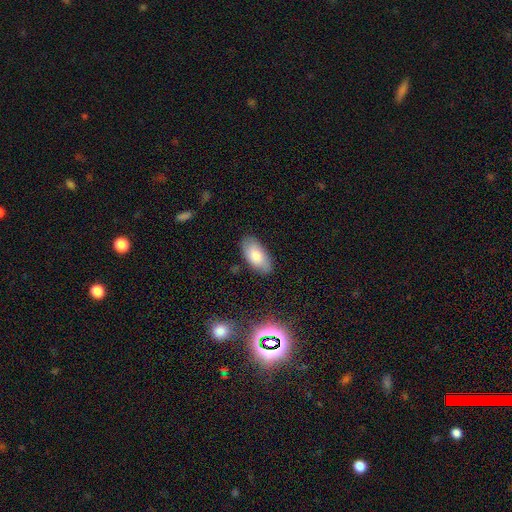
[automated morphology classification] Smooth or featured? Predicted: smooth (p=0.80). How rounded? Predicted: in between (p=0.93). Merging? Predicted: none (p=0.84).